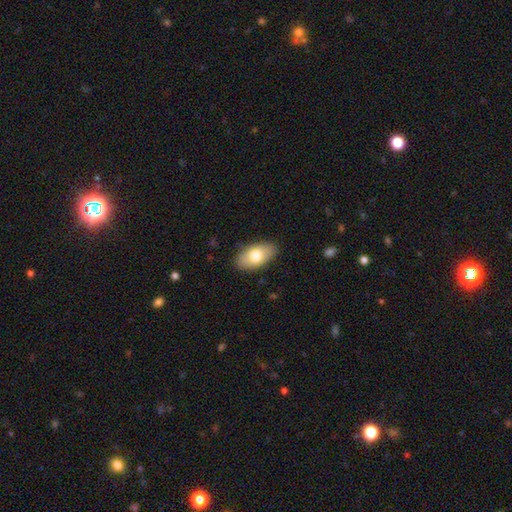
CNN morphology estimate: This is likely a smooth galaxy (73%). How rounded: clearly in between (93%). Merging: clearly none (86%).